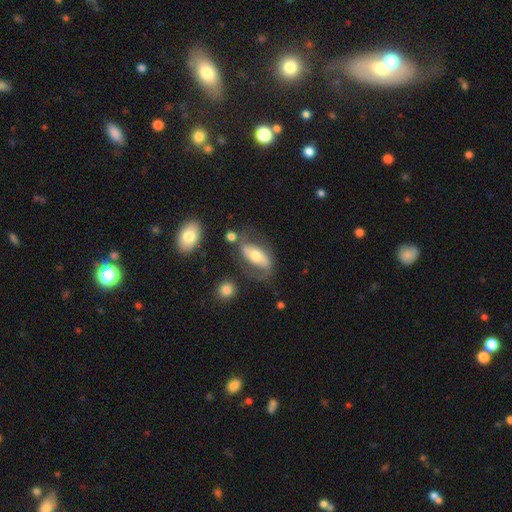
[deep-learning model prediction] Q: Smooth or featured?
A: featured or disk (58%); runner-up: smooth (35%)
Q: Edge-on disk?
A: no (88%); runner-up: yes (12%)
Q: Bar?
A: no (41%); runner-up: strong (32%)
Q: Spiral arms?
A: yes (71%); runner-up: no (29%)
Q: Bulge size?
A: moderate (64%); runner-up: small (22%)
Q: Merging?
A: none (51%); runner-up: minor disturbance (21%)